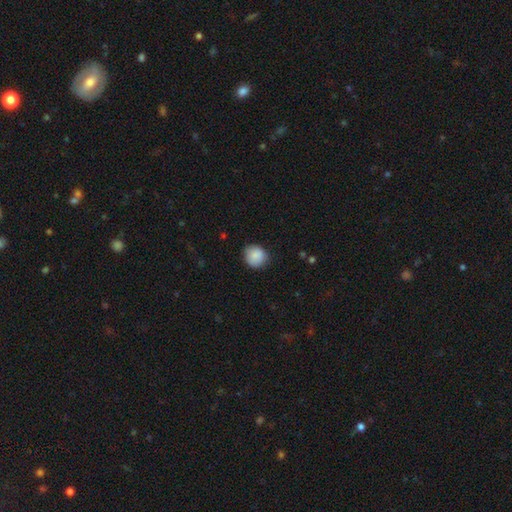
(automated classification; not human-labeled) This is clearly a smooth galaxy (87%). How rounded: clearly round (88%). Merging: clearly none (81%).